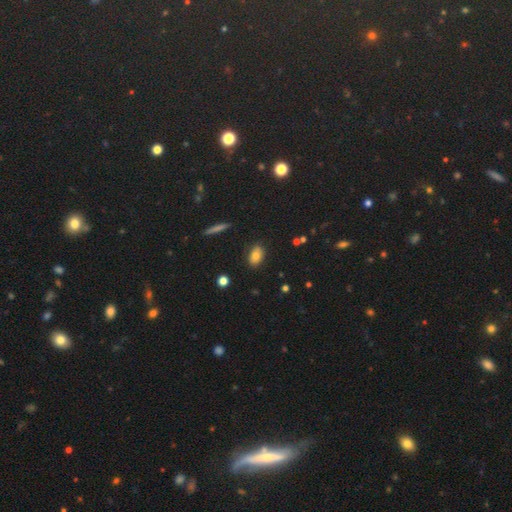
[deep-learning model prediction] Smooth or featured? Predicted: smooth (p=0.76). How rounded? Predicted: in between (p=0.85). Merging? Predicted: none (p=0.86).